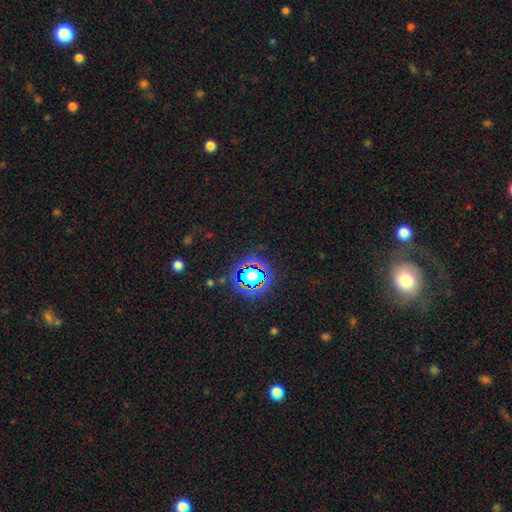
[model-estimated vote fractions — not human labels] Morphology: type=star or artifact (72%).